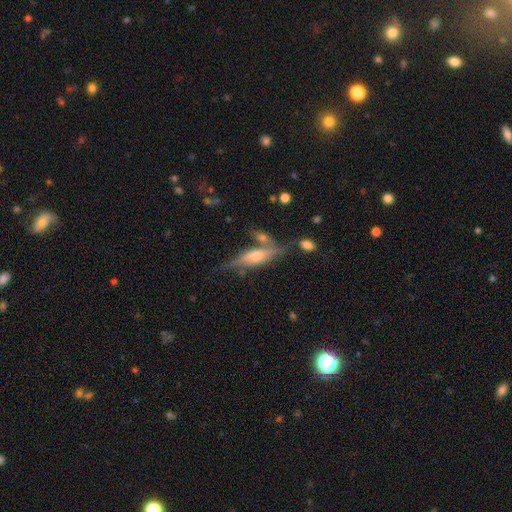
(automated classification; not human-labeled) This appears to be a featured or disk galaxy (55%) viewed edge-on (82%). Merging: none (54%).